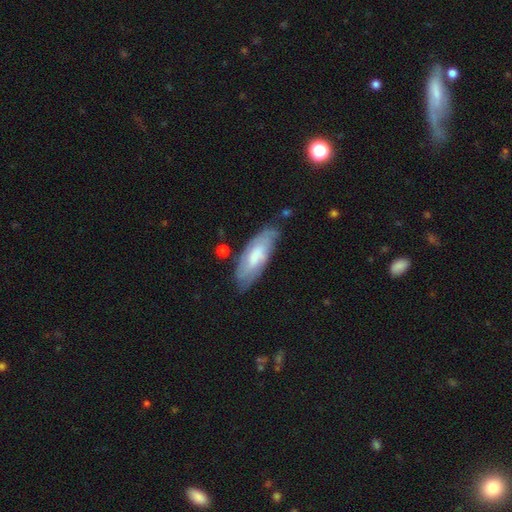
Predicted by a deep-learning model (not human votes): Smooth or featured: featured or disk — 55% (smooth — 39%)
Edge-on disk: no — 82% (yes — 18%)
Merging: none — 68% (minor disturbance — 24%)